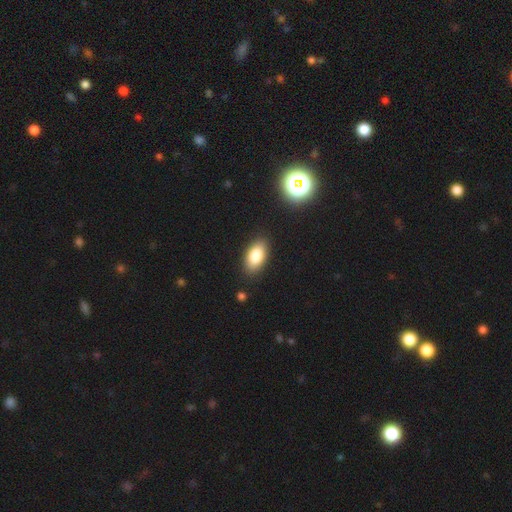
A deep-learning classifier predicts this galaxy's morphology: type=smooth (83%); roundness=in between (93%); merging=none (87%).